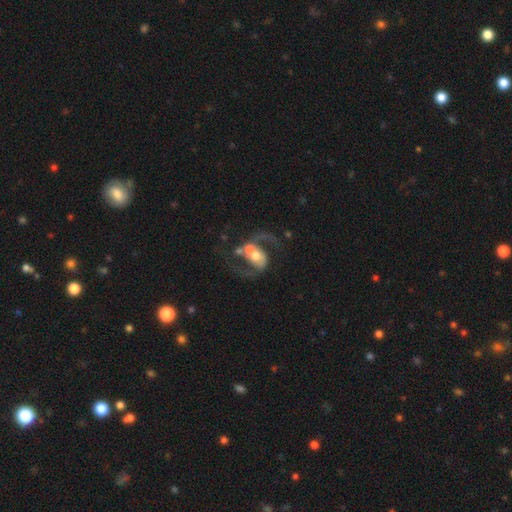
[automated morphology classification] The model was most divided on "merging" (2-way tie): none: 37%, merger: 37%, major disturbance: 15%, minor disturbance: 11%. More confident: edge-on disk — no (98%); spiral arms — yes (93%); spiral arm count — 2 (88%); smooth or featured — featured or disk (83%); bulge size — moderate (59%); spiral winding — loose (56%); bar — no (50%).